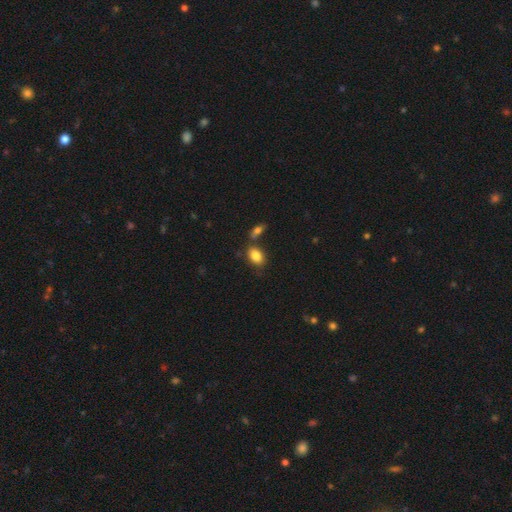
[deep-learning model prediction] This is clearly a smooth galaxy (84%). How rounded: clearly in between (86%). Merging: likely none (64%).